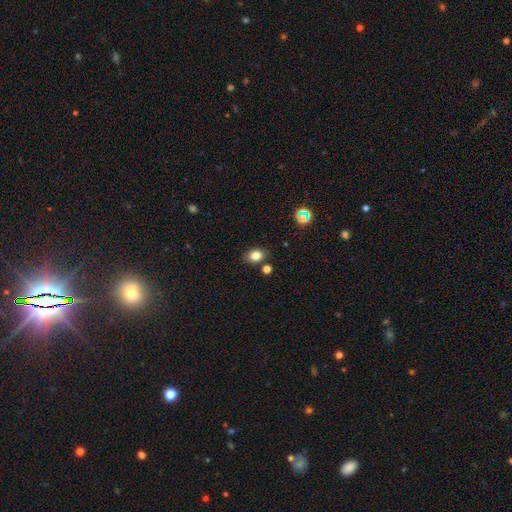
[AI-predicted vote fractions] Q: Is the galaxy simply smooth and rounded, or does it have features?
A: smooth — 81%.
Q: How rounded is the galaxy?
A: in between — 63%.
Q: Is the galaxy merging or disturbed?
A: none — 80%.